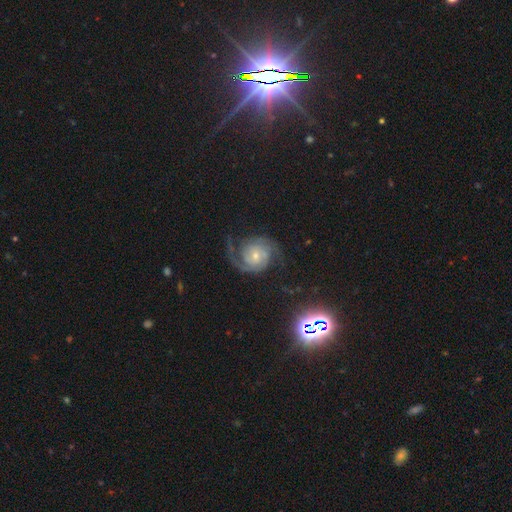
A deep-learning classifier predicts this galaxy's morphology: Smooth or featured?
  - featured or disk: 89% *
  - star or artifact: 6%
  - smooth: 6%
Edge-on disk?
  - no: 98% *
  - yes: 2%
Bar?
  - no: 69% *
  - weak: 25%
  - strong: 6%
Spiral arms?
  - yes: 98% *
  - no: 2%
Spiral winding?
  - medium: 48% *
  - tight: 33%
  - loose: 19%
Spiral arm count?
  - 2: 83% *
  - 3: 6%
  - can't tell: 5%
  - 1: 2%
  - 4: 2%
  - more than 4: 2%
Bulge size?
  - small: 61% *
  - moderate: 33%
  - large: 3%
  - none: 2%
  - dominant: 1%
Merging?
  - none: 71% *
  - minor disturbance: 15%
  - major disturbance: 12%
  - merger: 2%